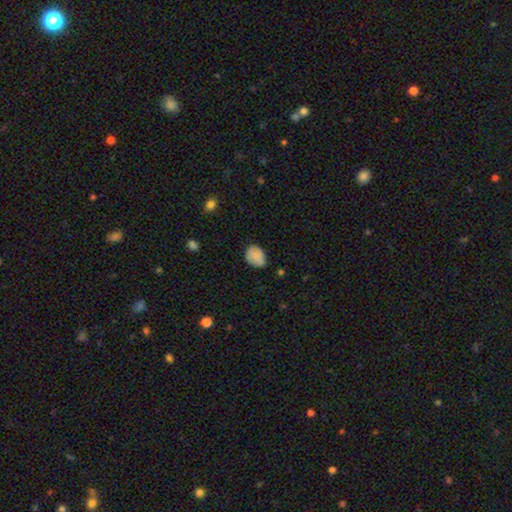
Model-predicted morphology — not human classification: A smooth galaxy with no disk features (85%) that is in between round and cigar-shaped (69%).

Vote fractions:
- Smooth or featured? smooth: 85% / star or artifact: 8% / featured or disk: 7%
- How rounded? in between: 69% / round: 29% / cigar-shaped: 1%
- Merging? none: 73% / minor disturbance: 22% / major disturbance: 4% / merger: 1%